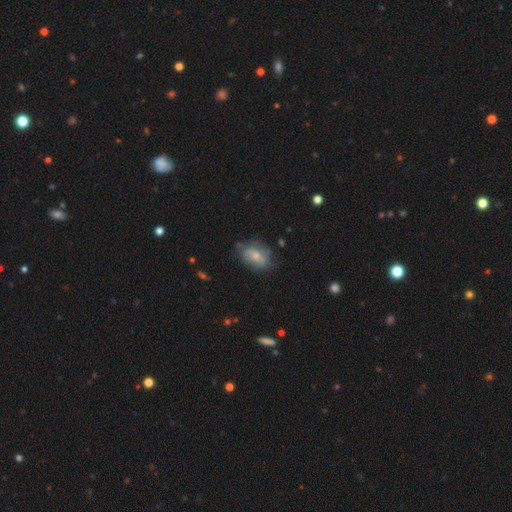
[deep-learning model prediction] Smooth or featured? smooth (55%)
How rounded? in between (76%)
Merging? none (57%)